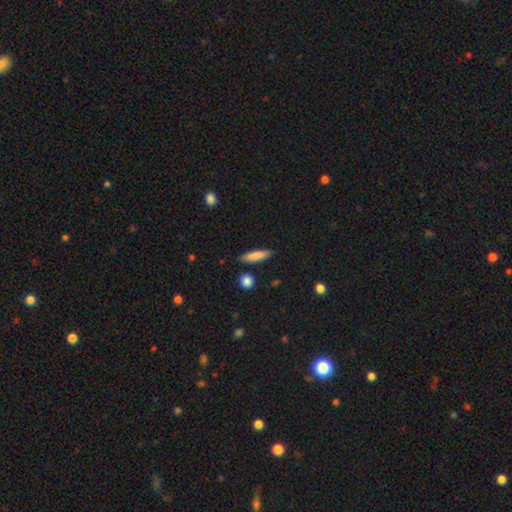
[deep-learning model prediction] Smooth or featured? Predicted: smooth (p=0.81). How rounded? Predicted: cigar-shaped (p=0.79). Merging? Predicted: none (p=0.86).